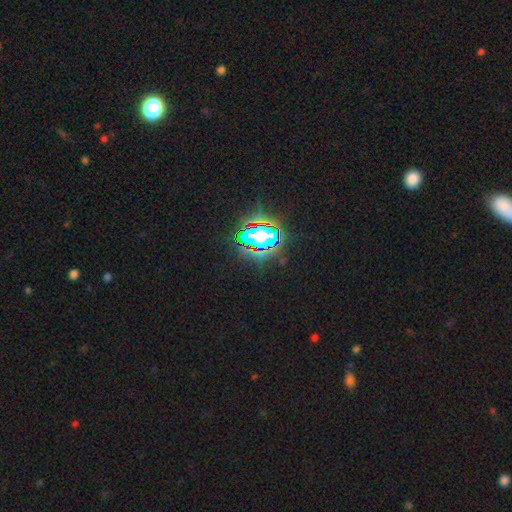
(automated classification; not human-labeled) smooth_or_featured: star or artifact (p=0.76) [alt: smooth p=0.14]